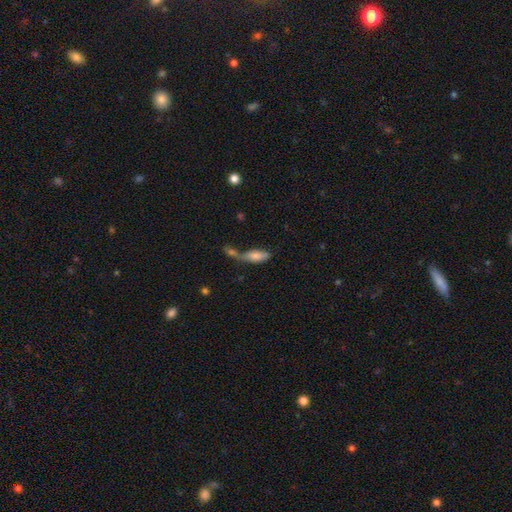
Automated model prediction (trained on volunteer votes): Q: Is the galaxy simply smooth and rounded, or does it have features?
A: smooth — 71%.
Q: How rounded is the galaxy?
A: in between — 68%.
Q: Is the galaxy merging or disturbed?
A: merger — 52%.